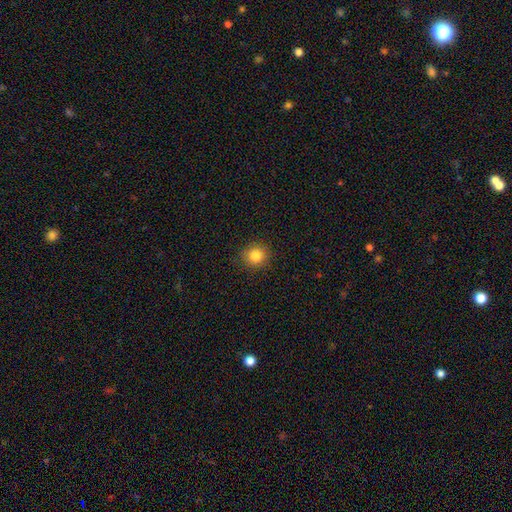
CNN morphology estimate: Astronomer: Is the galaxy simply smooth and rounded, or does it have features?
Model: smooth — 83%.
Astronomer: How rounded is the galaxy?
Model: round — 89%.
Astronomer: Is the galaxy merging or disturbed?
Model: none — 89%.